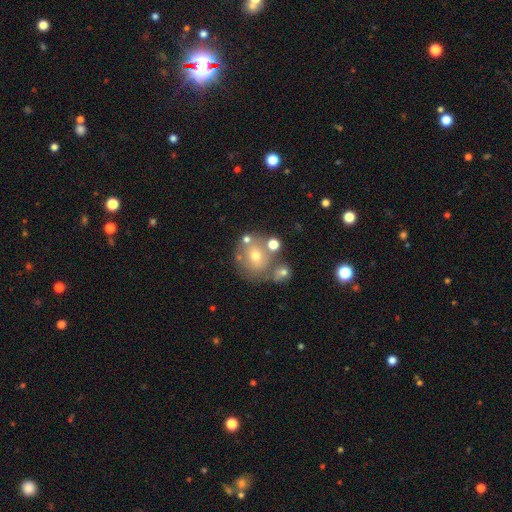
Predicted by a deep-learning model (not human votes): Smooth or featured? Predicted: smooth (p=0.53). How rounded? Predicted: round (p=0.80). Merging? Predicted: none (p=0.56).